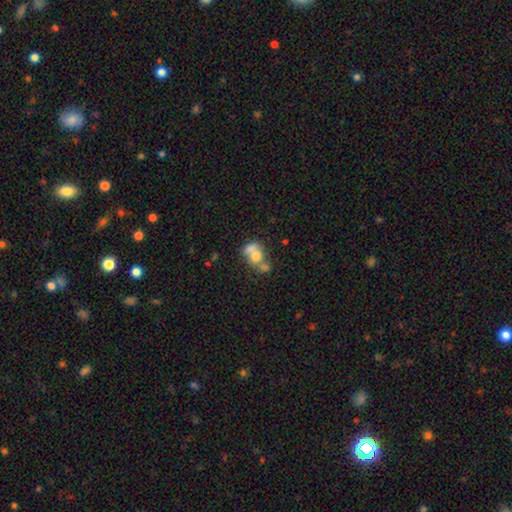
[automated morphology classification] Smooth or featured?
  - smooth: 60% *
  - featured or disk: 29%
  - star or artifact: 11%
How rounded?
  - in between: 53% *
  - round: 45%
  - cigar-shaped: 2%
Merging?
  - merger: 55% *
  - none: 24%
  - minor disturbance: 11%
  - major disturbance: 10%